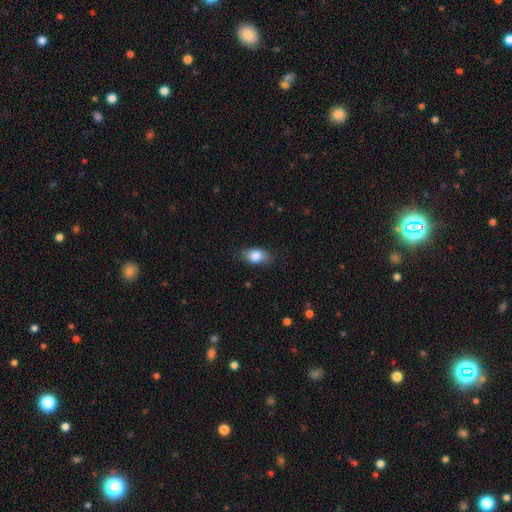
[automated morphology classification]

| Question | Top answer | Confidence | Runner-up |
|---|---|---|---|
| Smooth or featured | smooth | 84% | featured or disk (9%) |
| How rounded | in between | 87% | round (9%) |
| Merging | none | 81% | minor disturbance (15%) |